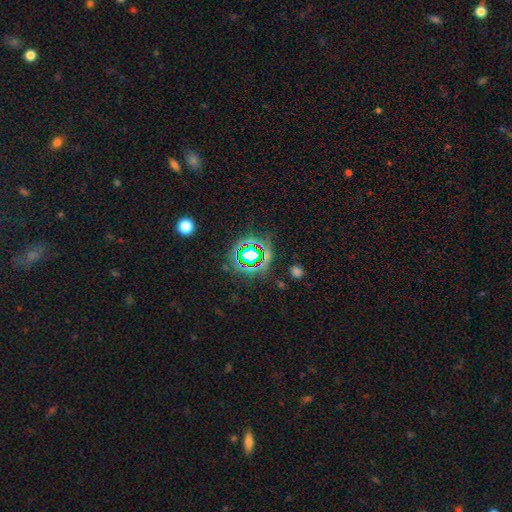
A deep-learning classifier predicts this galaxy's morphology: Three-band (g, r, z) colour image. It shows a star or artifact, not a galaxy (66%).